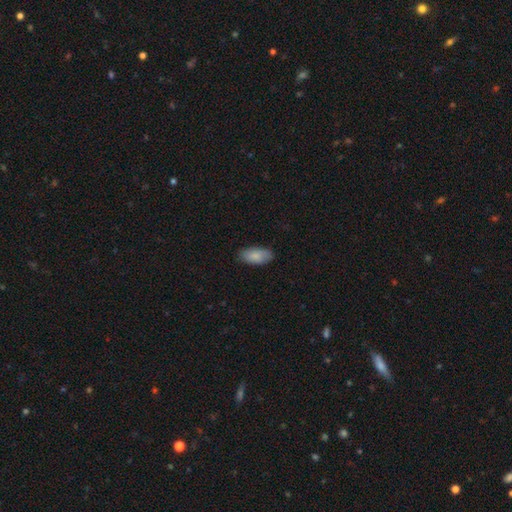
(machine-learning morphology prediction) This is clearly a smooth galaxy (87%). How rounded: clearly in between (92%). Merging: clearly none (84%).